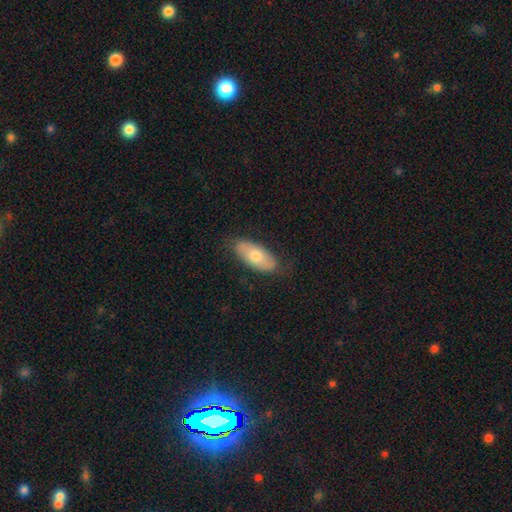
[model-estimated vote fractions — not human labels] Morphology: type=smooth (68%); roundness=in between (88%); merging=none (79%).